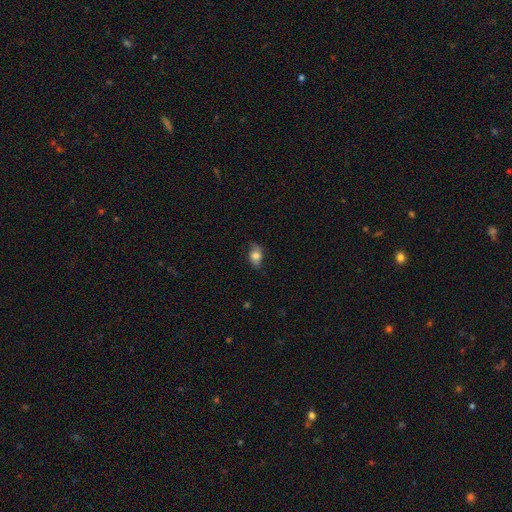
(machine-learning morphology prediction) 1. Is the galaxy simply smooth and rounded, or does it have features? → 68% smooth, 23% featured or disk, 9% star or artifact.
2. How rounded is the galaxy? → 75% in between, 22% round, 3% cigar-shaped.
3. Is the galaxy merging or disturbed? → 66% none, 25% minor disturbance, 8% major disturbance, 1% merger.